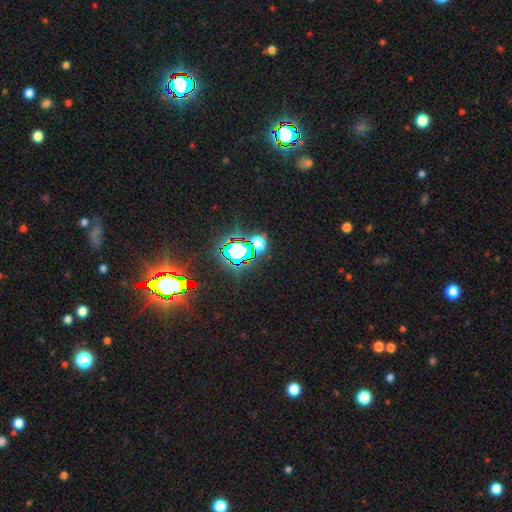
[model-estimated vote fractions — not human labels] Morphology: type=star or artifact (81%).